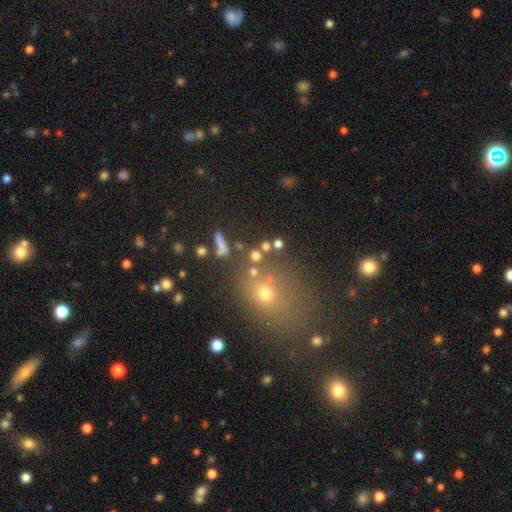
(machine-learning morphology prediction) type=smooth (62%); roundness=round (68%); merging=none (62%).